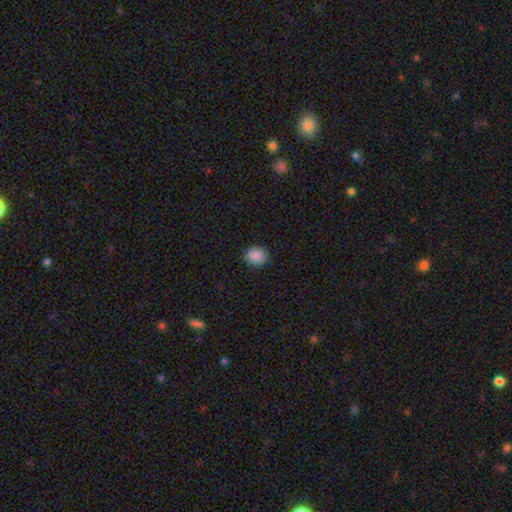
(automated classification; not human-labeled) This is clearly a smooth galaxy (88%). How rounded: clearly round (83%). Merging: clearly none (90%).